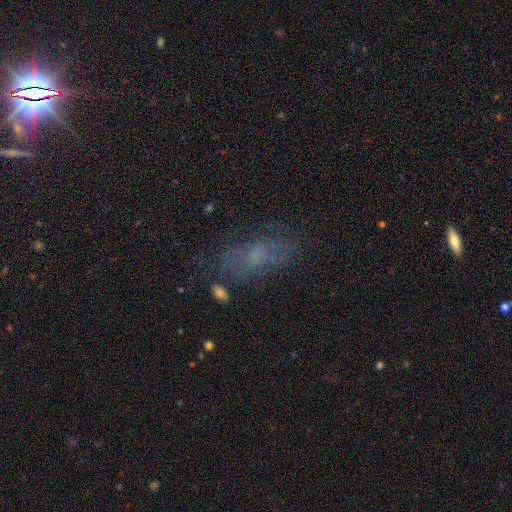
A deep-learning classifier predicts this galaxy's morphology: Smooth or featured?
  - smooth: 46% *
  - featured or disk: 34%
  - star or artifact: 20%
Merging?
  - none: 60% *
  - minor disturbance: 21%
  - major disturbance: 15%
  - merger: 4%